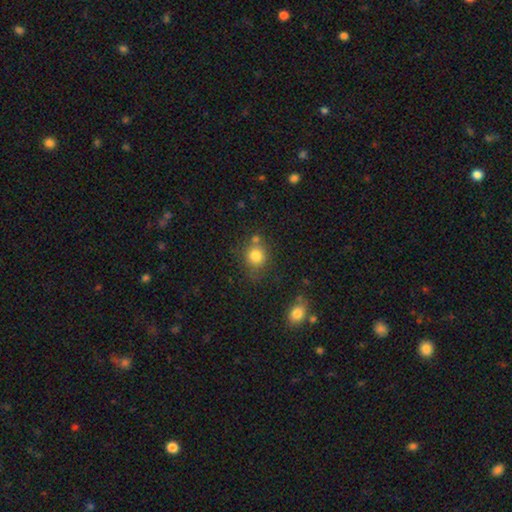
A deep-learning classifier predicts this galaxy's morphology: Smooth or featured? Predicted: smooth (p=0.82). How rounded? Predicted: round (p=0.79). Merging? Predicted: none (p=0.66).